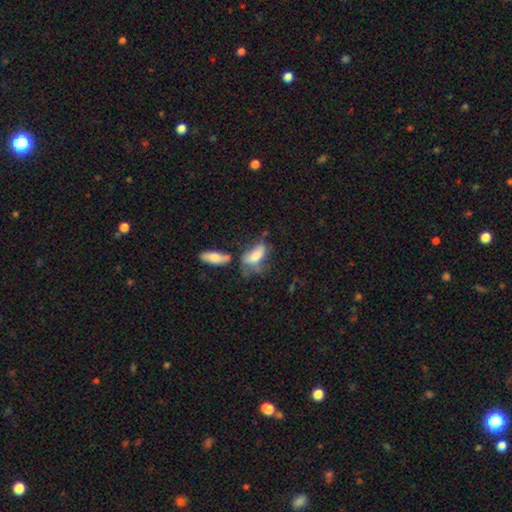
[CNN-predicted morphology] smooth 69%, featured or disk 22%, star or artifact 9%. Down the decision tree: how rounded — in between (77%); merging — none (29%).